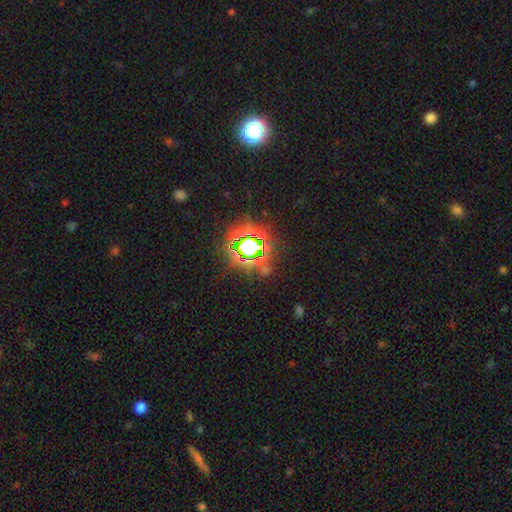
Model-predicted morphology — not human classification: A star or artifact, not a galaxy (76%).